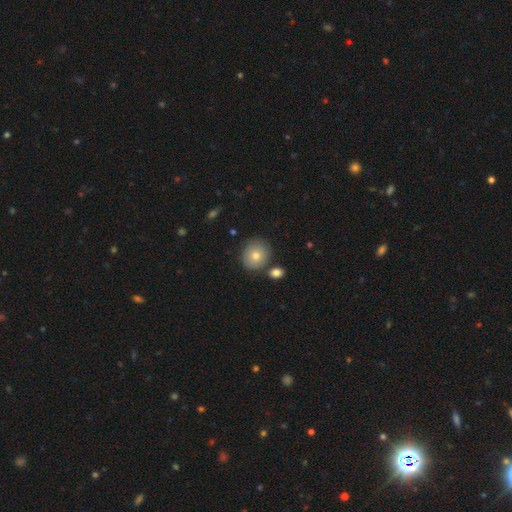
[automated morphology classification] This appears to be a smooth galaxy with no disk features (76%) that is round (84%). Merging: none (78%).